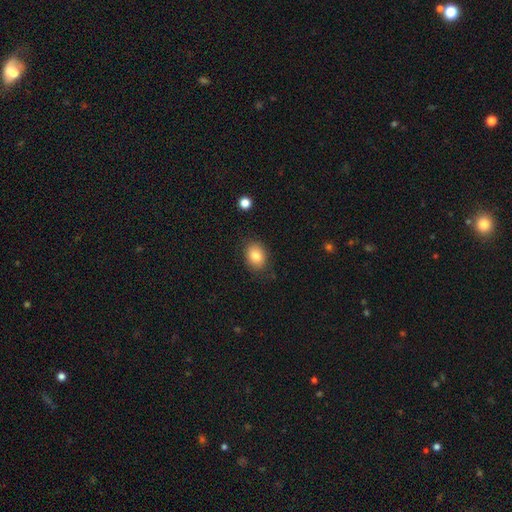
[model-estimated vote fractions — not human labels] smooth 83%, star or artifact 9%, featured or disk 9%. Down the decision tree: how rounded — in between (61%); merging — none (83%).